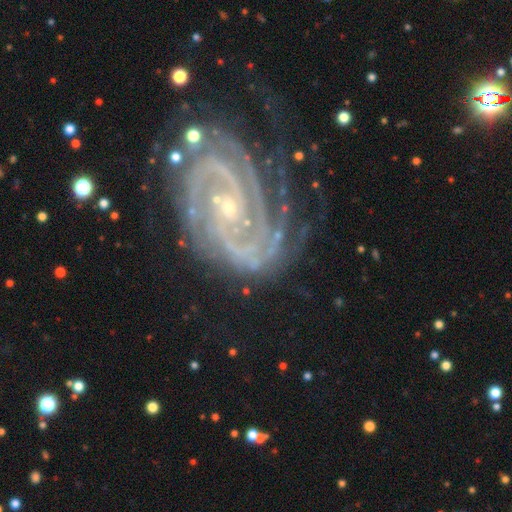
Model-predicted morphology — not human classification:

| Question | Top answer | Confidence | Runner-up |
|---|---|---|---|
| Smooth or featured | featured or disk | 92% | star or artifact (5%) |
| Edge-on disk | no | 97% | yes (3%) |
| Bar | no | 60% | weak (26%) |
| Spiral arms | yes | 99% | no (1%) |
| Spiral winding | tight | 73% | medium (23%) |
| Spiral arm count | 2 | 36% | 3 (21%) |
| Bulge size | small | 81% | moderate (15%) |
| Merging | none | 68% | minor disturbance (20%) |